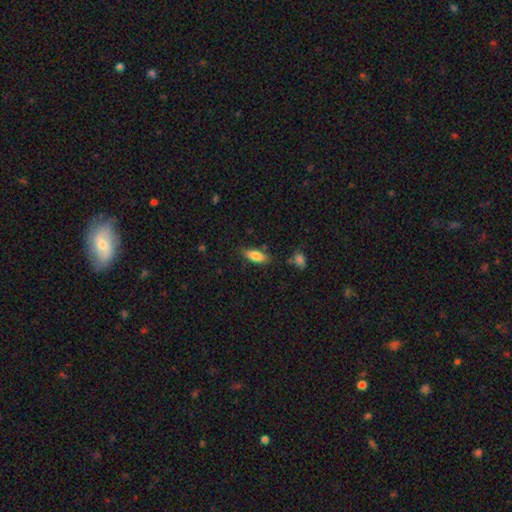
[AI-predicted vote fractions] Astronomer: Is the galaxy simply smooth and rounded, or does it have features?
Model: smooth — 78%.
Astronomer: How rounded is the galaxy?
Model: in between — 71%.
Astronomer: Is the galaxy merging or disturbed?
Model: none — 77%.